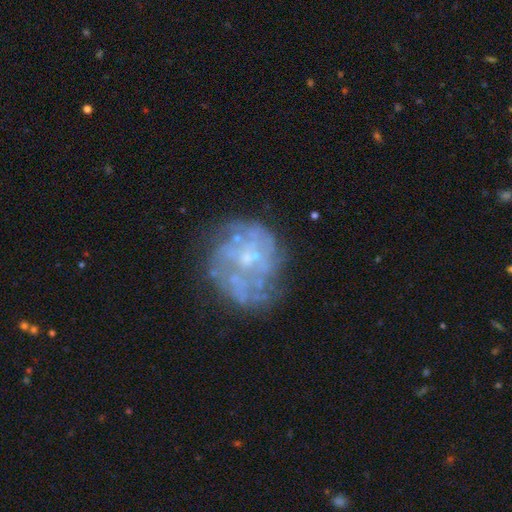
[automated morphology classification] type=featured or disk (68%); edge-on=no (98%); bar=no (87%); spiral arms=no (69%); bulge=small (47%); merging=none (46%).